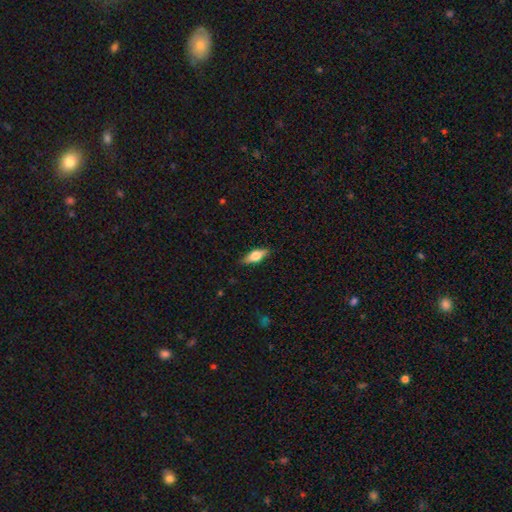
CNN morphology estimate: The model was most divided on "smooth or featured": smooth: 53%, featured or disk: 41%, star or artifact: 7%. More confident: merging — none (86%); how rounded — in between (65%).